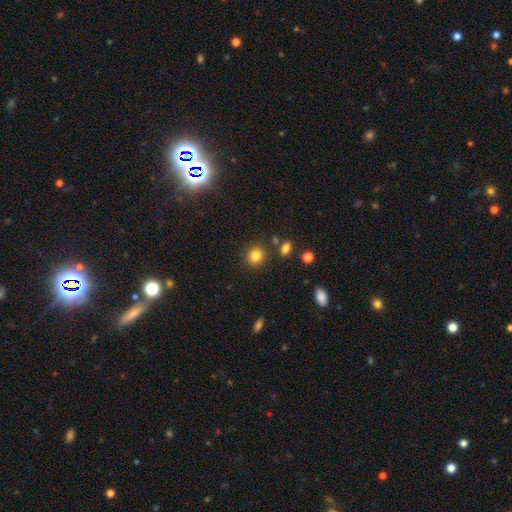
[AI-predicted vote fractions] smooth_or_featured: smooth (p=0.83) [alt: star or artifact p=0.11]
how_rounded: round (p=0.87) [alt: in between p=0.13]
merging: none (p=0.85) [alt: minor disturbance p=0.08]